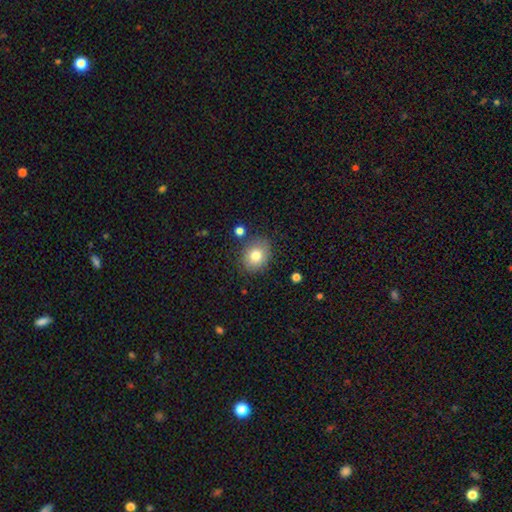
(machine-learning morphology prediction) Smooth or featured? smooth (78%)
How rounded? round (57%)
Merging? none (80%)